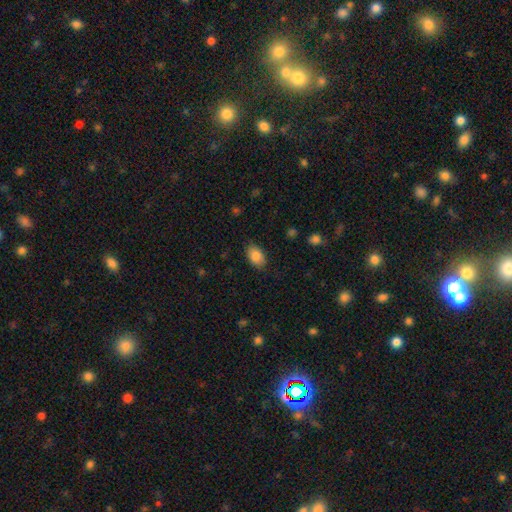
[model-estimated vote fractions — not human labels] smooth-or-featured: smooth: 86% | star or artifact: 8% | featured or disk: 7%
  how-rounded: in between: 88% | round: 10% | cigar-shaped: 1%
  merging: none: 84% | minor disturbance: 12% | major disturbance: 3% | merger: 1%